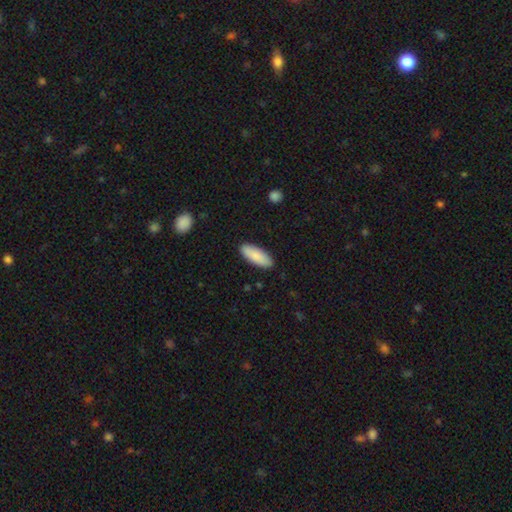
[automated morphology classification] smooth 87%, featured or disk 8%, star or artifact 5%. Down the decision tree: how rounded — in between (72%); merging — none (89%).